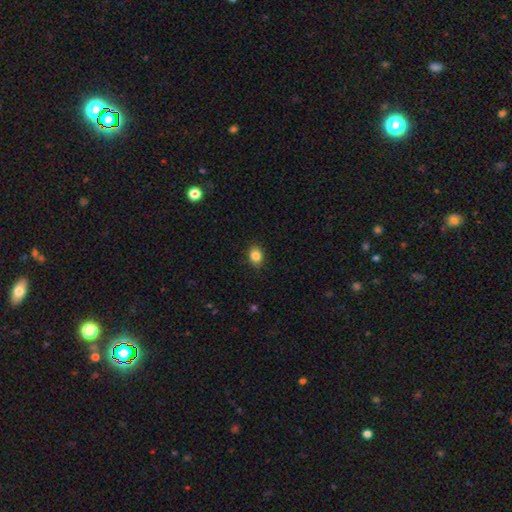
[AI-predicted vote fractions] Q: Smooth or featured?
A: smooth (85%); runner-up: star or artifact (10%)
Q: How rounded?
A: in between (61%); runner-up: round (38%)
Q: Merging?
A: none (87%); runner-up: minor disturbance (9%)